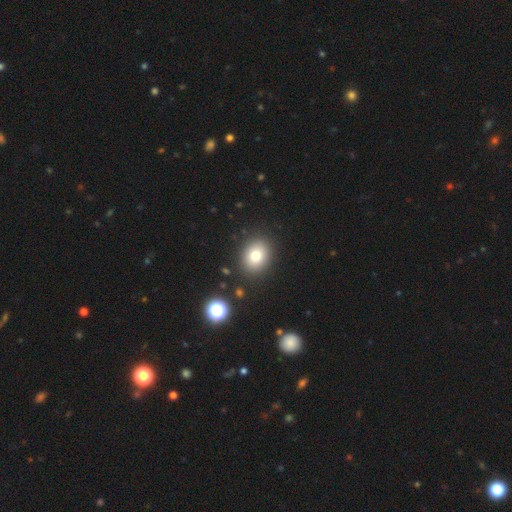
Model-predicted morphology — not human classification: A smooth galaxy with no disk features (76%) that is round (59%).

Vote fractions:
- Smooth or featured? smooth: 76% / star or artifact: 12% / featured or disk: 11%
- How rounded? round: 59% / in between: 40% / cigar-shaped: 1%
- Merging? none: 88% / minor disturbance: 7% / major disturbance: 3% / merger: 2%